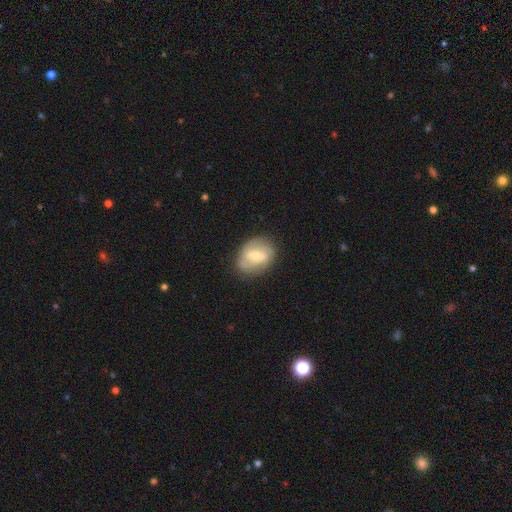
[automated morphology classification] A featured or disk galaxy (51%).

Vote fractions:
- Smooth or featured? featured or disk: 51% / smooth: 43% / star or artifact: 7%
- Edge-on disk? no: 96% / yes: 4%
- Merging? none: 71% / minor disturbance: 21% / major disturbance: 7% / merger: 2%